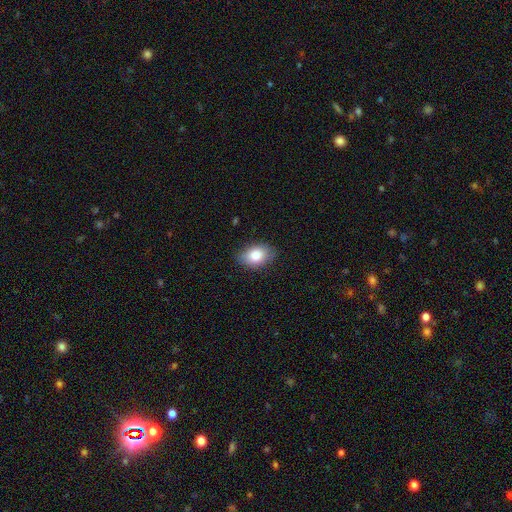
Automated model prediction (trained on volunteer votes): This appears to be a smooth galaxy with no disk features (82%) that is in between round and cigar-shaped (84%). Merging: none (84%).